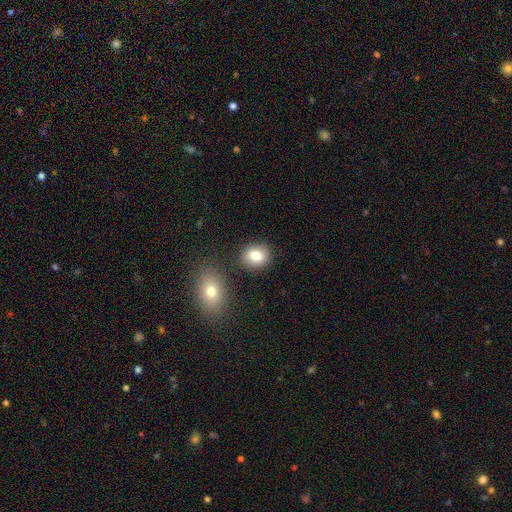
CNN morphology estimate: smooth 82%, star or artifact 9%, featured or disk 9%. Down the decision tree: how rounded — round (68%); merging — none (82%).